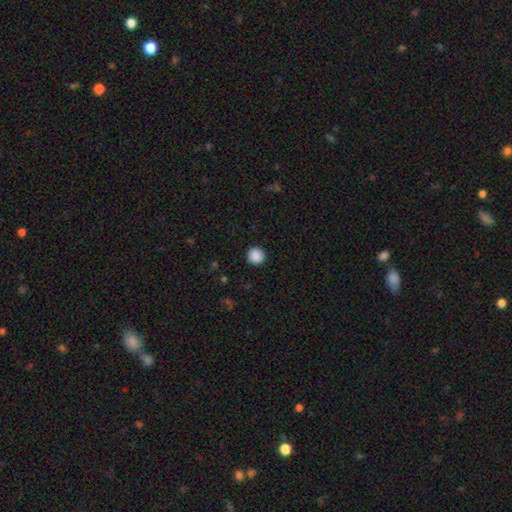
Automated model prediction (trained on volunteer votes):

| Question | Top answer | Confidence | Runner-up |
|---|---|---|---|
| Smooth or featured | smooth | 89% | star or artifact (9%) |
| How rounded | round | 95% | in between (4%) |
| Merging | none | 93% | minor disturbance (5%) |